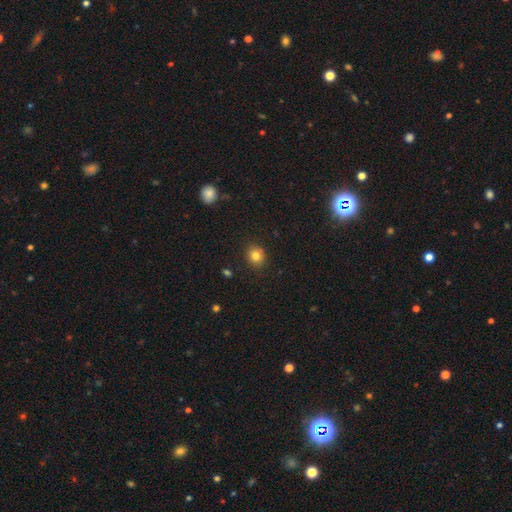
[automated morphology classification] The model was most divided on "how rounded": round: 75%, in between: 24%, cigar-shaped: 1%. More confident: merging — none (86%); smooth or featured — smooth (81%).